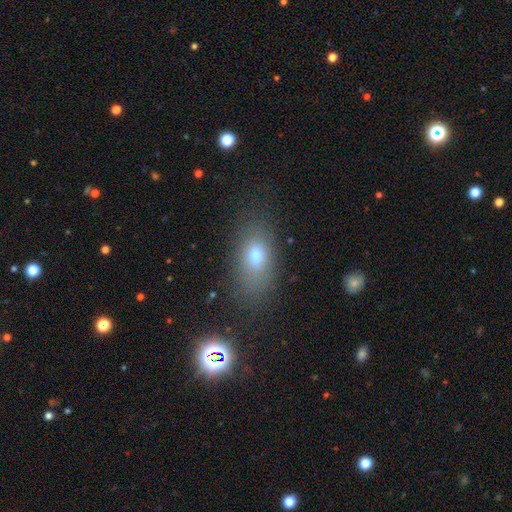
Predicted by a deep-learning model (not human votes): A smooth galaxy with no disk features (73%) that is in between round and cigar-shaped (85%).

Vote fractions:
- Smooth or featured? smooth: 73% / featured or disk: 14% / star or artifact: 12%
- How rounded? in between: 85% / round: 10% / cigar-shaped: 6%
- Merging? none: 73% / minor disturbance: 16% / major disturbance: 8% / merger: 3%